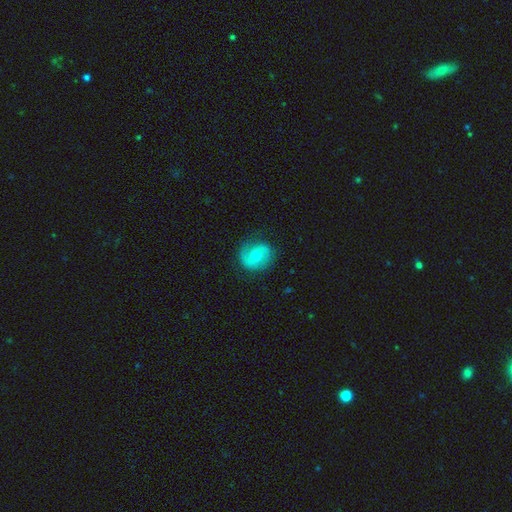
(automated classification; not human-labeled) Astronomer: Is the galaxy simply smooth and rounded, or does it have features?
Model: featured or disk — 63%.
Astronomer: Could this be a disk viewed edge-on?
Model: no — 98%.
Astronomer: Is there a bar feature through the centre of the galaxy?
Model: no — 56% (runner-up: weak, 38%).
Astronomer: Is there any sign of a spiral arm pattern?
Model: yes — 91%.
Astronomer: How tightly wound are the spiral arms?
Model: medium — 48% (runner-up: tight, 30%).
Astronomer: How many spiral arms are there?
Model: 2 — 81%.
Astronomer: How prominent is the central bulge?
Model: moderate — 62%.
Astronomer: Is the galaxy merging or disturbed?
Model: none — 77%.